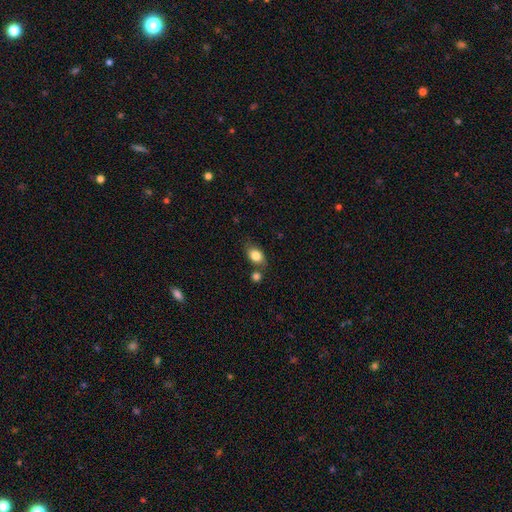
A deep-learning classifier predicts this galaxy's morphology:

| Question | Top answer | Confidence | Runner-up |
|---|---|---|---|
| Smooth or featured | smooth | 83% | featured or disk (9%) |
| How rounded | in between | 75% | round (23%) |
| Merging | none | 64% | minor disturbance (16%) |